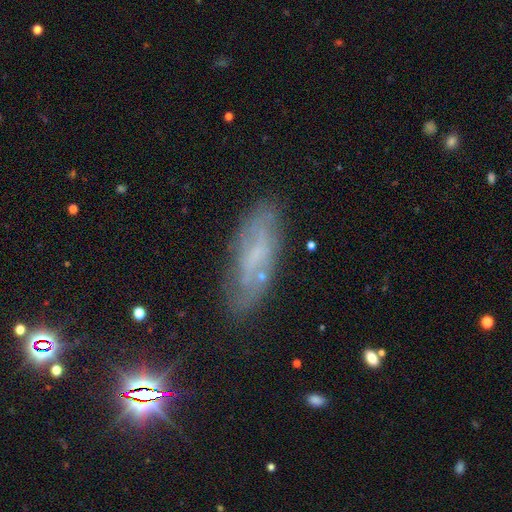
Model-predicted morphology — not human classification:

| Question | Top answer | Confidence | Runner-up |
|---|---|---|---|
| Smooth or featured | featured or disk | 52% | smooth (35%) |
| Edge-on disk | no | 76% | yes (24%) |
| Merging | none | 72% | minor disturbance (19%) |